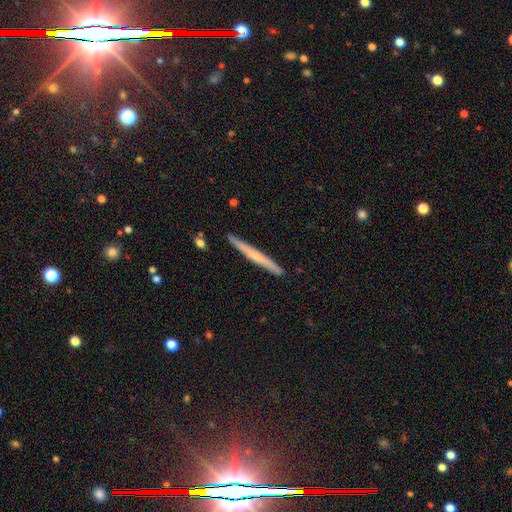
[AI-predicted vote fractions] A featured or disk galaxy (51%) viewed edge-on (97%). Merging: none (91%).